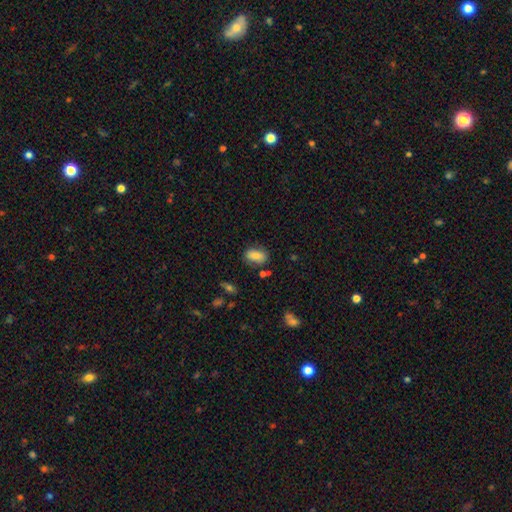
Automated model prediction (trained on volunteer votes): A smooth galaxy with no disk features (81%) that is in between round and cigar-shaped (88%). Merging: none (76%).